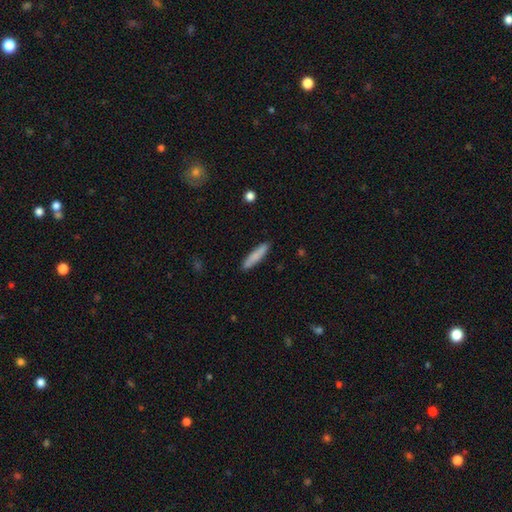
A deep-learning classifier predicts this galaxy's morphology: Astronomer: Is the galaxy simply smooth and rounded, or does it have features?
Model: smooth — 80%.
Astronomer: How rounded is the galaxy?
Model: cigar-shaped — 87%.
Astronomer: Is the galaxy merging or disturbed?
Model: none — 89%.